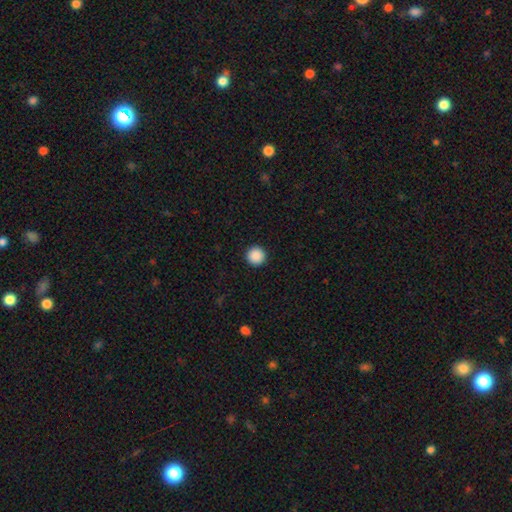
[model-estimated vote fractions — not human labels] Q: Smooth or featured?
A: smooth (89%); runner-up: star or artifact (9%)
Q: How rounded?
A: round (97%); runner-up: in between (2%)
Q: Merging?
A: none (94%); runner-up: minor disturbance (4%)